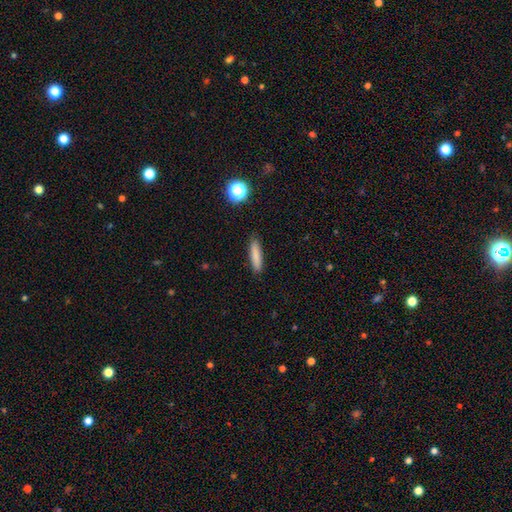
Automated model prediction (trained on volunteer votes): A smooth galaxy with no disk features (83%) that is cigar-shaped (81%).

Vote fractions:
- Smooth or featured? smooth: 83% / featured or disk: 9% / star or artifact: 8%
- How rounded? cigar-shaped: 81% / in between: 17% / round: 2%
- Merging? none: 88% / minor disturbance: 9% / major disturbance: 2% / merger: 1%